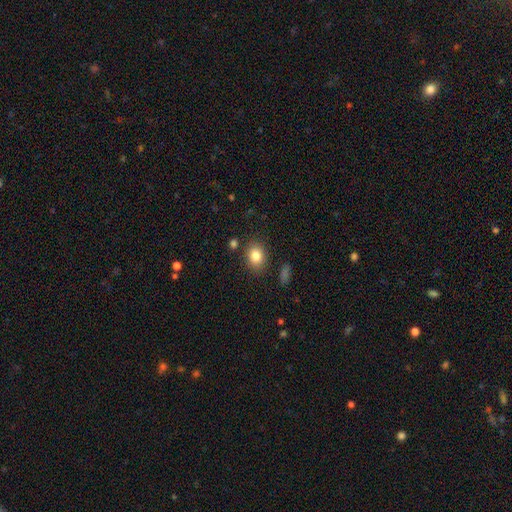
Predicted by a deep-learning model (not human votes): Smooth or featured? Predicted: smooth (p=0.84). How rounded? Predicted: in between (p=0.51). Merging? Predicted: none (p=0.84).